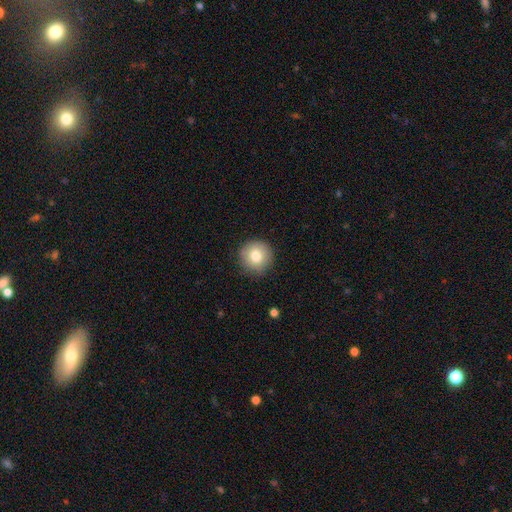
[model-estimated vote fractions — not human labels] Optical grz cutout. It shows a smooth galaxy with no disk features (80%) that is round (95%). Merging: none (88%).